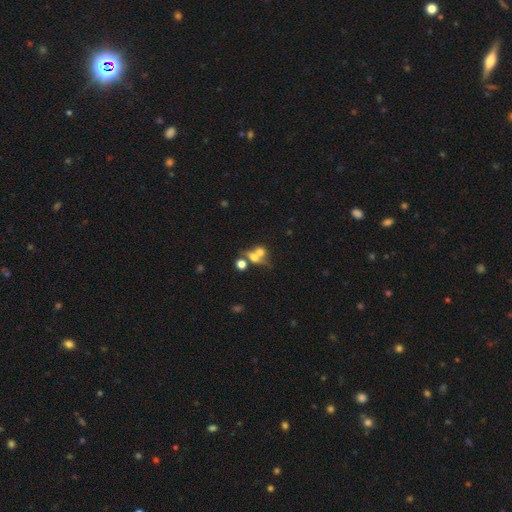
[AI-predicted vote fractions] Smooth or featured? smooth (58%)
How rounded? round (54%)
Merging? merger (58%)